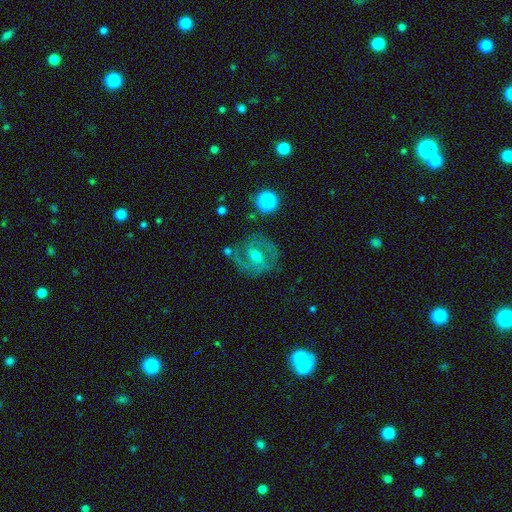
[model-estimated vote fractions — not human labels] smooth_or_featured: featured or disk (p=0.80) [alt: smooth p=0.12]
disk_edge_on: no (p=0.97) [alt: yes p=0.03]
bar: weak (p=0.47) [alt: no p=0.31]
has_spiral_arms: yes (p=0.91) [alt: no p=0.09]
spiral_winding: medium (p=0.49) [alt: tight p=0.39]
spiral_arm_count: 2 (p=0.79) [alt: can't tell p=0.10]
bulge_size: small (p=0.48) [alt: moderate p=0.47]
merging: none (p=0.74) [alt: minor disturbance p=0.15]